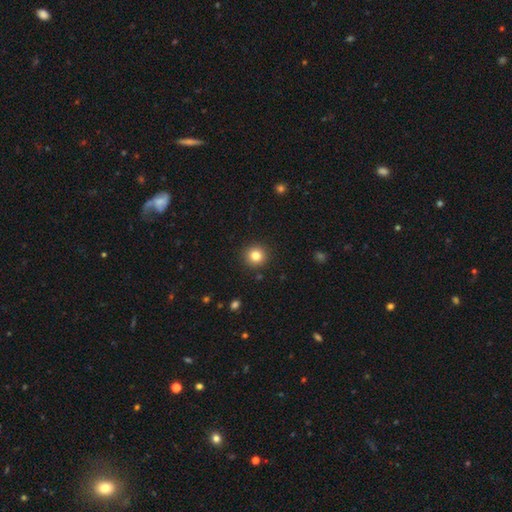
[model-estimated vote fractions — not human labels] smooth_or_featured: smooth (p=0.82) [alt: star or artifact p=0.11]
how_rounded: round (p=0.94) [alt: in between p=0.05]
merging: none (p=0.91) [alt: minor disturbance p=0.05]